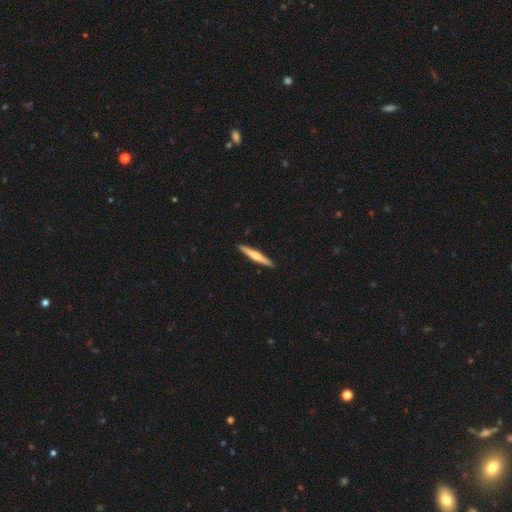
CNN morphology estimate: A featured or disk galaxy (51%) viewed edge-on (97%).

Vote fractions:
- Smooth or featured? featured or disk: 51% / smooth: 44% / star or artifact: 5%
- Edge-on disk? yes: 97% / no: 3%
- Merging? none: 92% / minor disturbance: 6% / major disturbance: 1% / merger: 1%